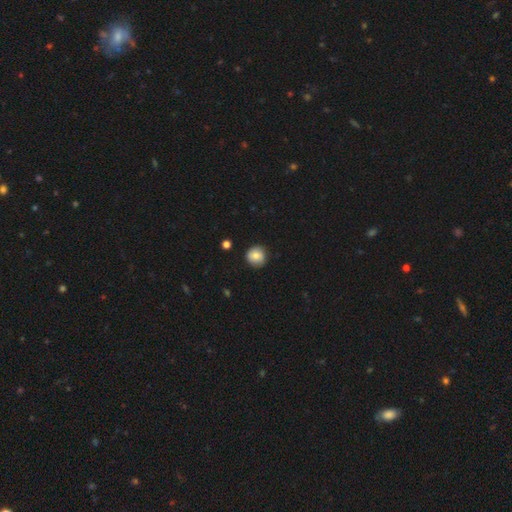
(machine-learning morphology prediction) Smooth or featured? Predicted: smooth (p=0.79). How rounded? Predicted: round (p=0.94). Merging? Predicted: none (p=0.88).